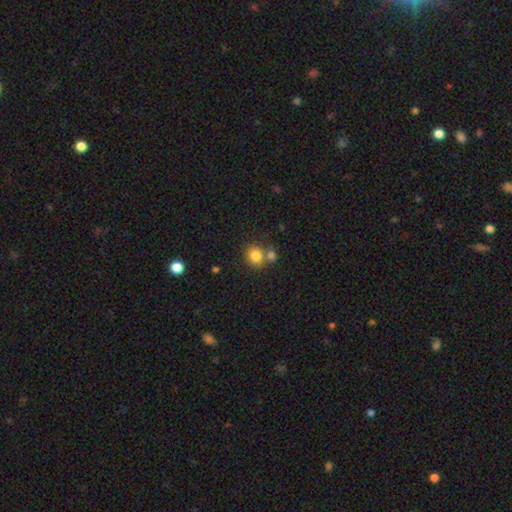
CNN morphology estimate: Smooth or featured? Predicted: smooth (p=0.82). How rounded? Predicted: round (p=0.78). Merging? Predicted: none (p=0.57).